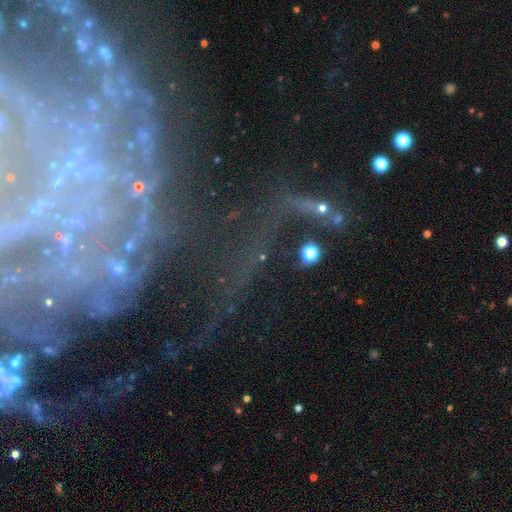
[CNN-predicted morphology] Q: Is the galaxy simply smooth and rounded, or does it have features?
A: featured or disk — 70%.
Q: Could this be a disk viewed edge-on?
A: no — 93%.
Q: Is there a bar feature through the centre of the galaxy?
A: no — 60%.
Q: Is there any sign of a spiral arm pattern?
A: yes — 76%.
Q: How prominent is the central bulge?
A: small — 49%.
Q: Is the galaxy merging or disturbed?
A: none — 46%.